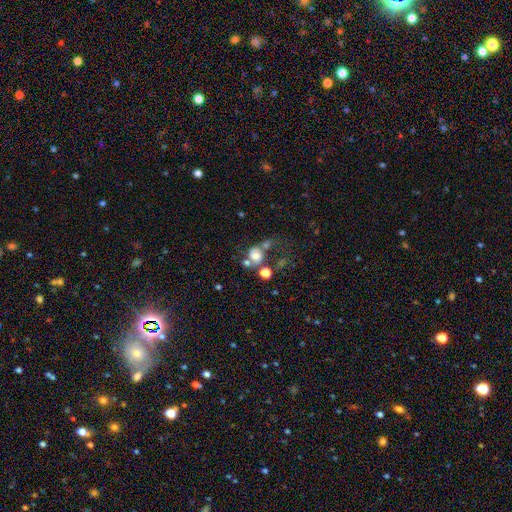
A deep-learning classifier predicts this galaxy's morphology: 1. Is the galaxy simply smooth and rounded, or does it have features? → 69% smooth, 17% featured or disk, 14% star or artifact.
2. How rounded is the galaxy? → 68% round, 31% in between, 1% cigar-shaped.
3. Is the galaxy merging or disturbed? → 35% merger (tied), 35% none (tied), 15% major disturbance, 14% minor disturbance.